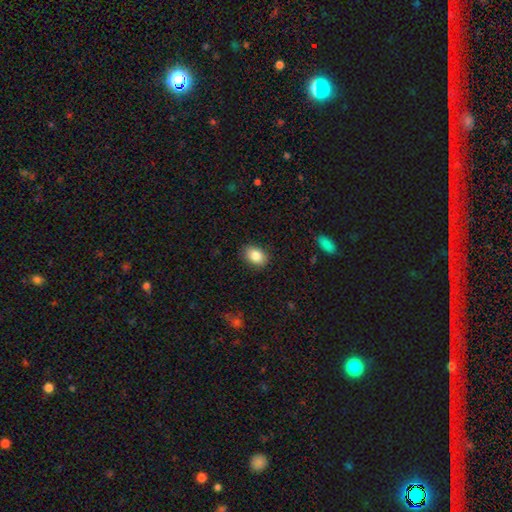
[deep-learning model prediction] Smooth or featured: smooth — 86% (star or artifact — 8%)
How rounded: in between — 78% (round — 20%)
Merging: none — 87% (minor disturbance — 9%)